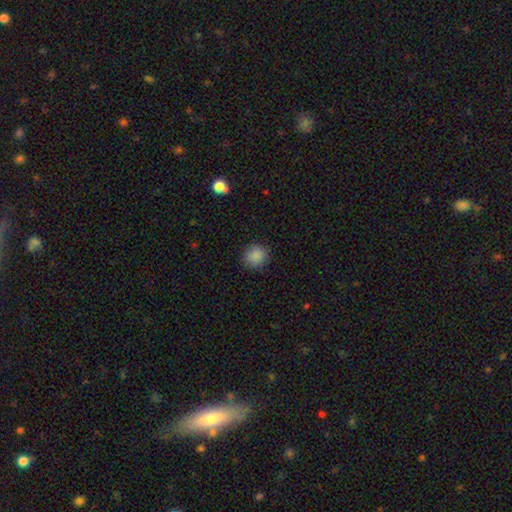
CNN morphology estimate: smooth_or_featured: smooth (p=0.87) [alt: star or artifact p=0.10]
how_rounded: round (p=0.86) [alt: in between p=0.13]
merging: none (p=0.88) [alt: minor disturbance p=0.09]